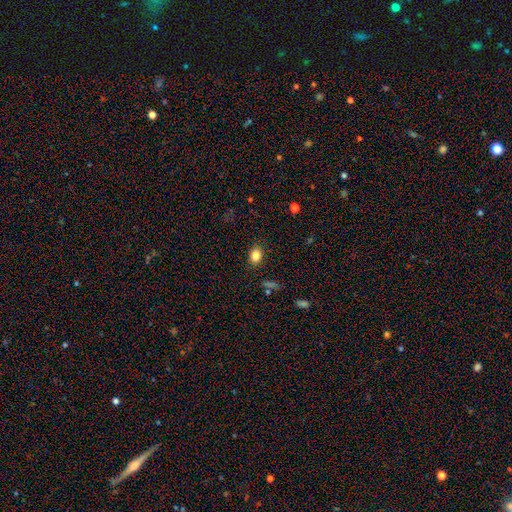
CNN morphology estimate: Q: Smooth or featured?
A: smooth (84%); runner-up: star or artifact (10%)
Q: How rounded?
A: in between (75%); runner-up: round (24%)
Q: Merging?
A: none (86%); runner-up: minor disturbance (10%)